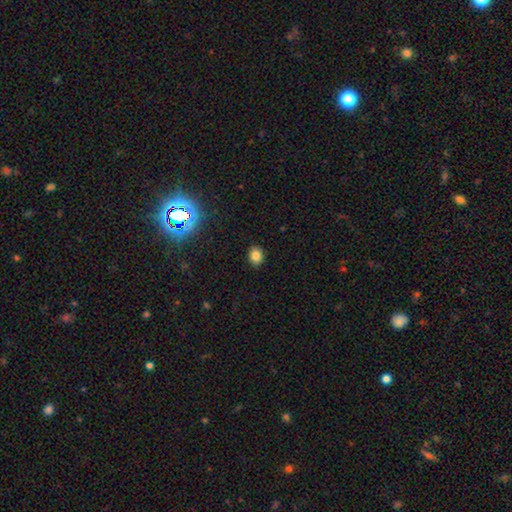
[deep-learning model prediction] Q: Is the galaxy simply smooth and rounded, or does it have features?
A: smooth — 82%.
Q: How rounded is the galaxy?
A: round — 51%.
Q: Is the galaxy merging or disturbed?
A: none — 89%.